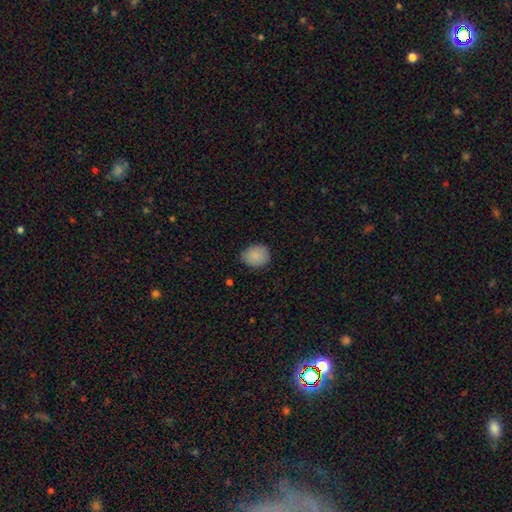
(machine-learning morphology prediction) Smooth or featured: smooth — 88% (star or artifact — 8%)
How rounded: round — 64% (in between — 35%)
Merging: none — 82% (minor disturbance — 15%)